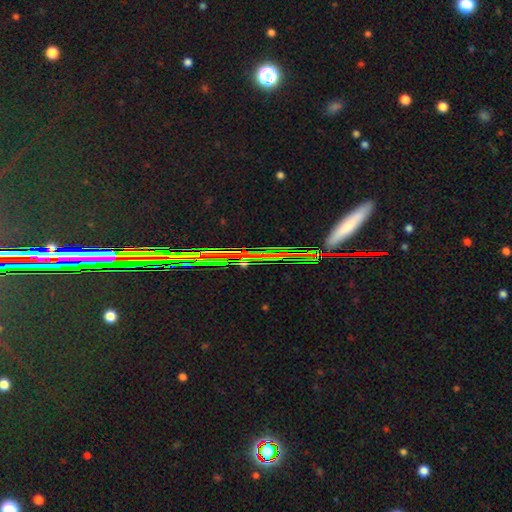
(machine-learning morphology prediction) Smooth or featured: star or artifact — 63% (featured or disk — 21%)